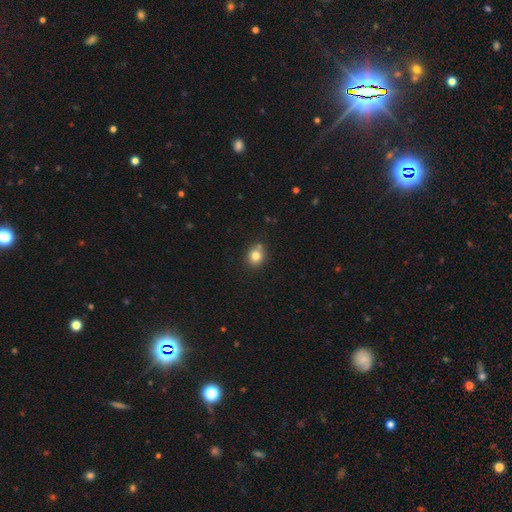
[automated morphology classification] The model was most divided on "how rounded": round: 73%, in between: 26%, cigar-shaped: 1%. More confident: smooth or featured — smooth (81%); merging — none (75%).